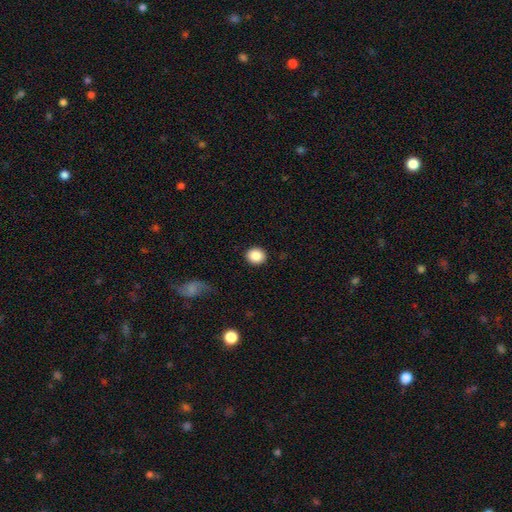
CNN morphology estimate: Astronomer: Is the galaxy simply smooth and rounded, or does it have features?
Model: smooth — 87%.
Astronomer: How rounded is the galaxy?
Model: round — 71%.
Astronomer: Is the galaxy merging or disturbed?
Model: none — 89%.